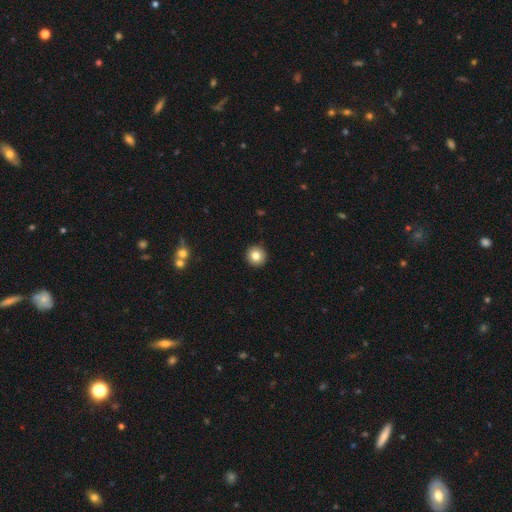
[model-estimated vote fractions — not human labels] A smooth galaxy with no disk features (82%) that is round (95%). Merging: none (93%).